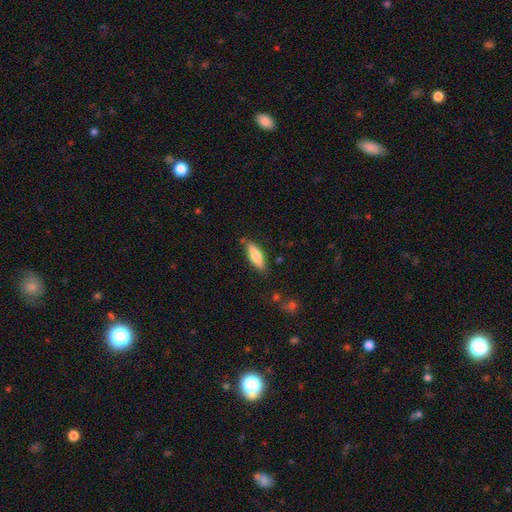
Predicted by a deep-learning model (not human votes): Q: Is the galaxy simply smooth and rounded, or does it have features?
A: smooth — 71%.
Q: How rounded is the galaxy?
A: in between — 50%.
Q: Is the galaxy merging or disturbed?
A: none — 80%.